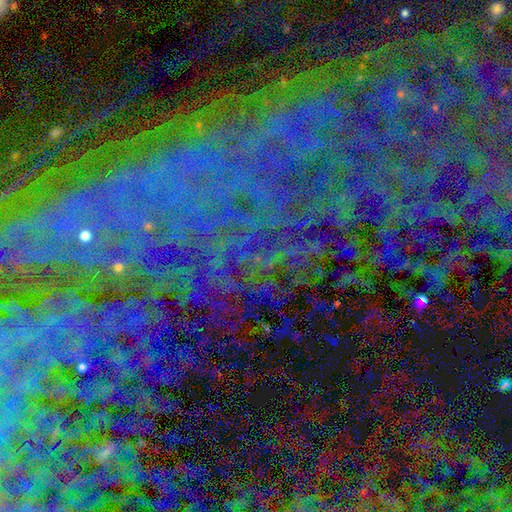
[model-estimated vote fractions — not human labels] Smooth or featured? Predicted: star or artifact (p=0.80).